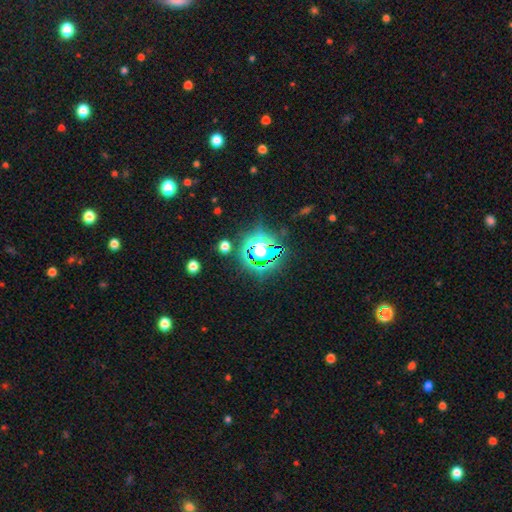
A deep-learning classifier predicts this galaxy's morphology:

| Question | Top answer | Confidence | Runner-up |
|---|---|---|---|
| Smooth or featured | star or artifact | 69% | smooth (20%) |